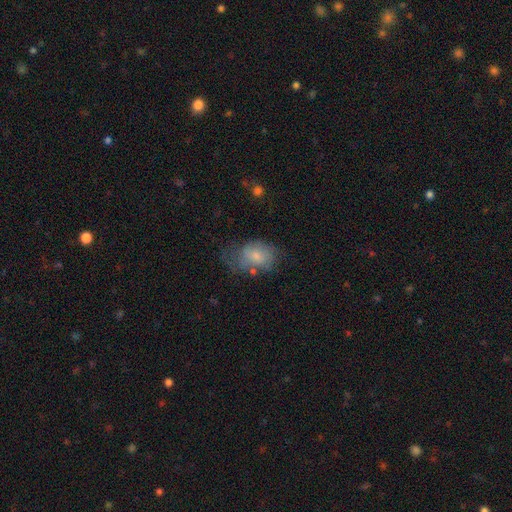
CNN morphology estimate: Smooth or featured? smooth (61%)
How rounded? in between (75%)
Merging? none (36%)